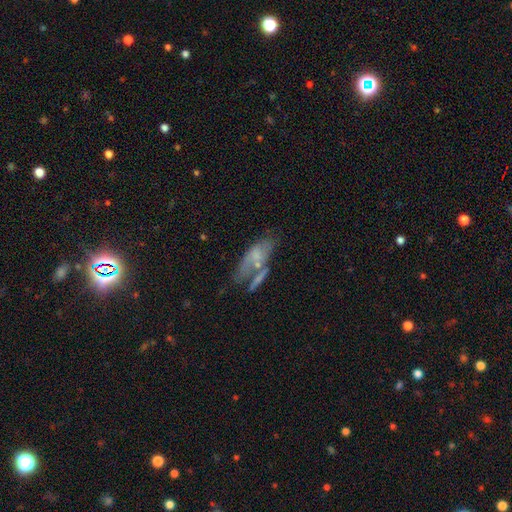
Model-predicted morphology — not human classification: Smooth or featured? Predicted: smooth (p=0.47). Merging? Predicted: merger (p=0.33).